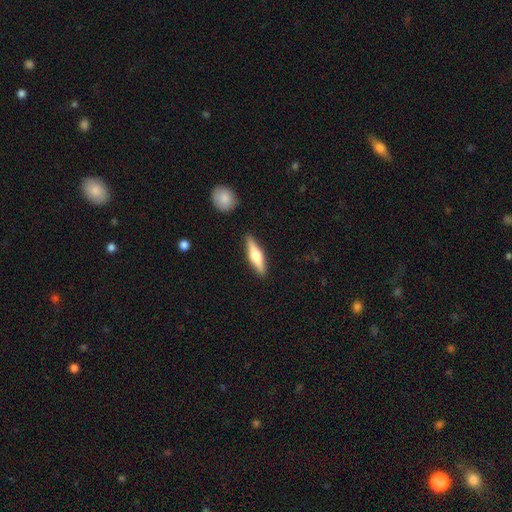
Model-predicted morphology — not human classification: This appears to be a featured or disk galaxy (50%). Merging: none (89%).